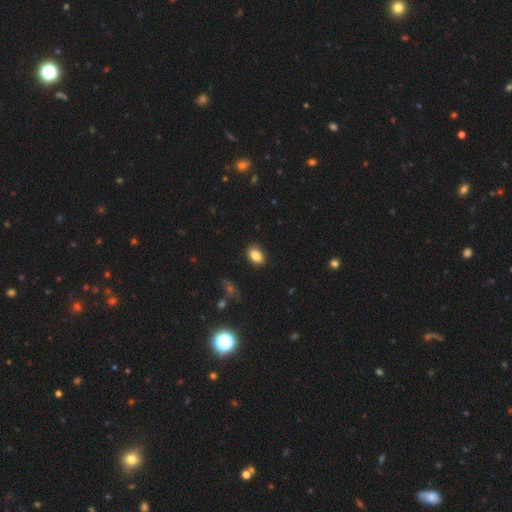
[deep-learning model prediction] smooth 85%, star or artifact 9%, featured or disk 7%. Down the decision tree: how rounded — in between (87%); merging — none (84%).